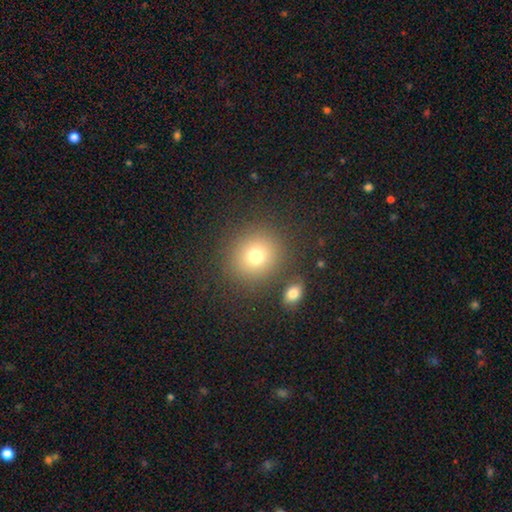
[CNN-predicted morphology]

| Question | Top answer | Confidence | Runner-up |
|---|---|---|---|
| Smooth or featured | smooth | 75% | star or artifact (14%) |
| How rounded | round | 84% | in between (15%) |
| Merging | none | 82% | minor disturbance (8%) |